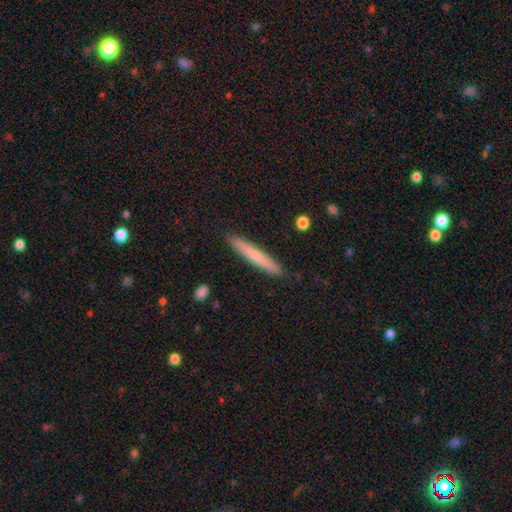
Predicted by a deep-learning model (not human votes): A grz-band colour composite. It shows a smooth galaxy with no disk features (67%) that is cigar-shaped (96%). Merging: none (90%).